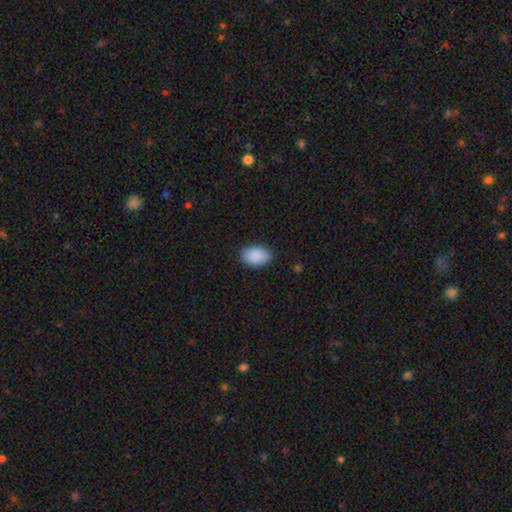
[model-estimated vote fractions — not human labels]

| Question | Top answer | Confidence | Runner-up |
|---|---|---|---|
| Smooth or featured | smooth | 90% | star or artifact (7%) |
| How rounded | in between | 88% | round (11%) |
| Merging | none | 84% | minor disturbance (13%) |